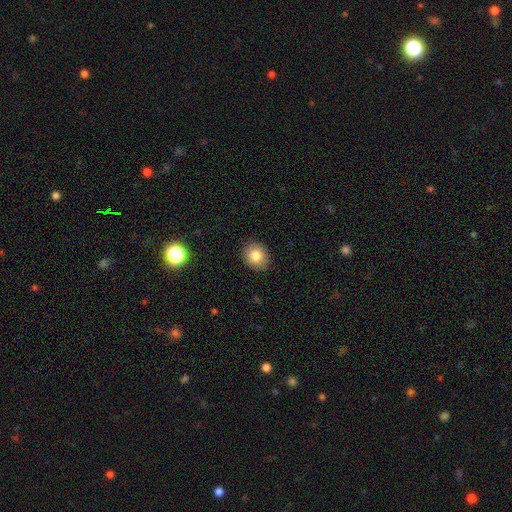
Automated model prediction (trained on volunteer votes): smooth 82%, star or artifact 10%, featured or disk 8%. Down the decision tree: how rounded — round (59%); merging — none (89%).